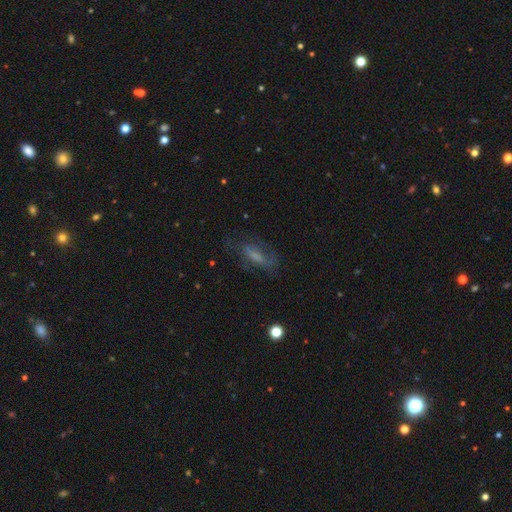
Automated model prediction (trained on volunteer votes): A smooth galaxy with no disk features (44%).

Vote fractions:
- Smooth or featured? smooth: 44% / featured or disk: 41% / star or artifact: 14%
- Merging? none: 58% / minor disturbance: 22% / major disturbance: 18% / merger: 2%